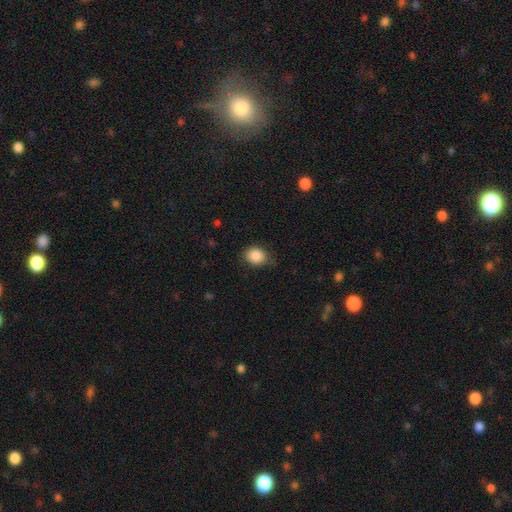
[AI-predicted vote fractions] smooth_or_featured: smooth (p=0.88) [alt: star or artifact p=0.08]
how_rounded: round (p=0.62) [alt: in between p=0.37]
merging: none (p=0.73) [alt: minor disturbance p=0.21]